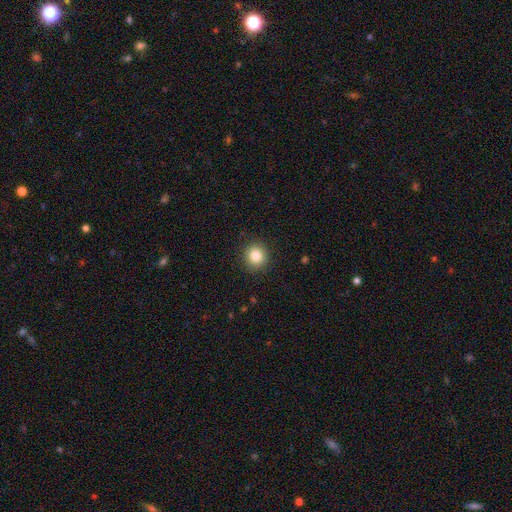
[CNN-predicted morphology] Smooth or featured?
  - smooth: 84% *
  - star or artifact: 10%
  - featured or disk: 6%
How rounded?
  - round: 90% *
  - in between: 9%
  - cigar-shaped: 1%
Merging?
  - none: 91% *
  - minor disturbance: 6%
  - major disturbance: 2%
  - merger: 1%